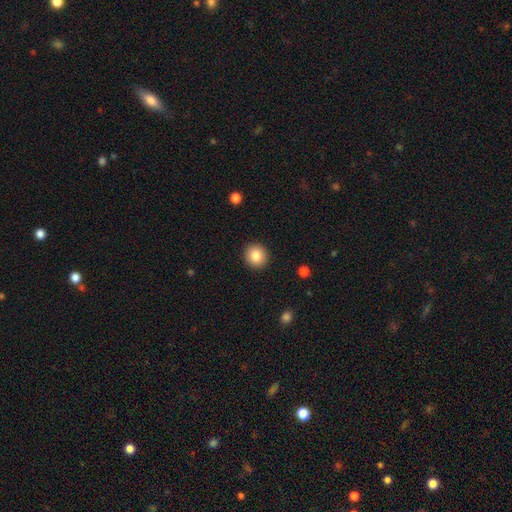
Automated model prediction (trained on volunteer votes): Smooth or featured? Predicted: smooth (p=0.85). How rounded? Predicted: round (p=0.91). Merging? Predicted: none (p=0.92).